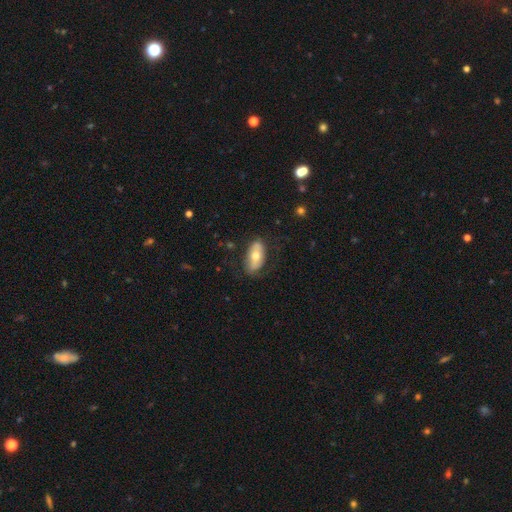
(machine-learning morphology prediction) Smooth or featured? Predicted: smooth (p=0.59). How rounded? Predicted: in between (p=0.88). Merging? Predicted: none (p=0.75).